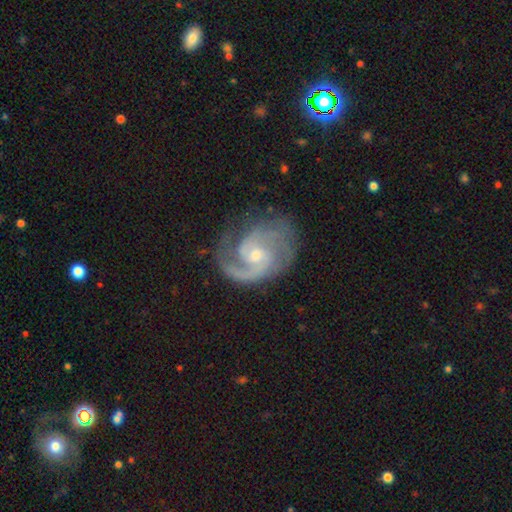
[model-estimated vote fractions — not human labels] Smooth or featured? Predicted: featured or disk (p=0.91). Edge-on disk? Predicted: no (p=0.98). Bar? Predicted: no (p=0.58). Spiral arms? Predicted: yes (p=0.98). Spiral winding? Predicted: medium (p=0.50). Spiral arm count? Predicted: 2 (p=0.59). Bulge size? Predicted: small (p=0.50). Merging? Predicted: none (p=0.67).